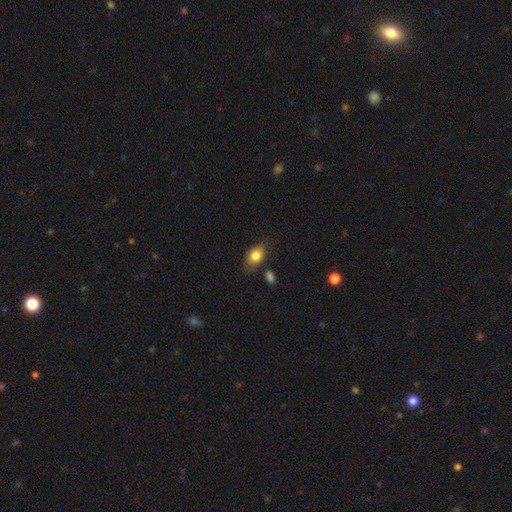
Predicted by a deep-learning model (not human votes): smooth 82%, featured or disk 10%, star or artifact 8%. Down the decision tree: how rounded — in between (80%); merging — none (71%).